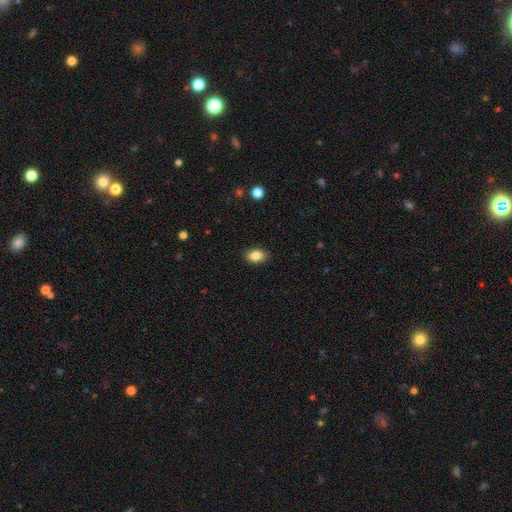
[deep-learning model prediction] Overall: smooth (86%). How rounded: in between (89%). Merging: none (87%).